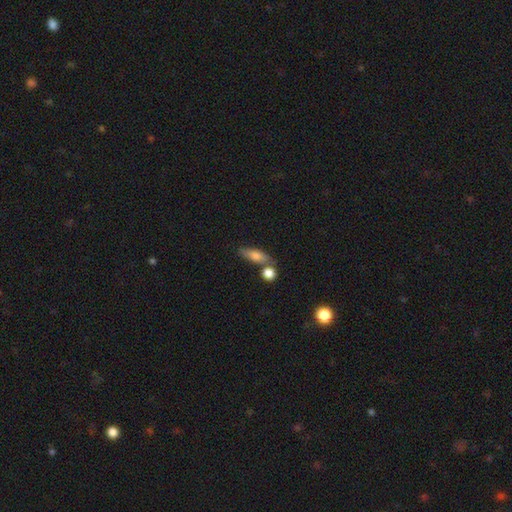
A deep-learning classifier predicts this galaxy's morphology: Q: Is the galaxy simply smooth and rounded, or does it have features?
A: smooth — 73%.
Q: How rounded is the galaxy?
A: in between — 55%.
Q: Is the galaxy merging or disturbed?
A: none — 61%.